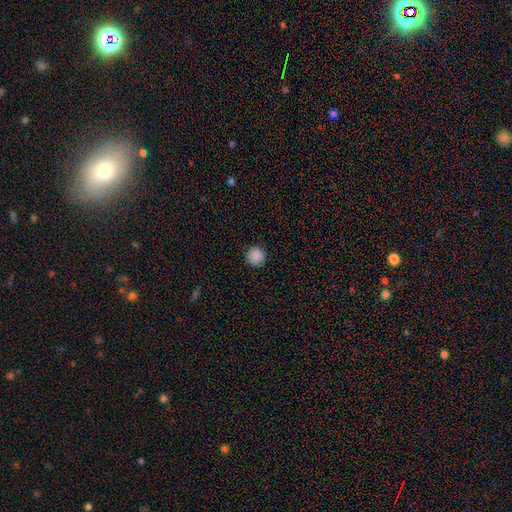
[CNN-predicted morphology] Smooth or featured? smooth (88%)
How rounded? round (95%)
Merging? none (91%)